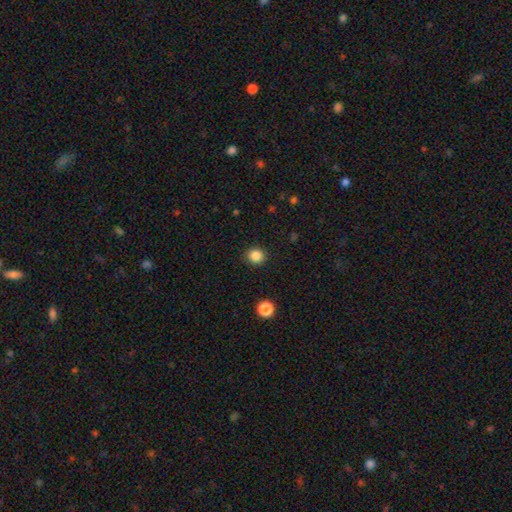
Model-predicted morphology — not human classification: This is clearly a smooth galaxy (85%). How rounded: clearly round (85%). Merging: clearly none (91%).